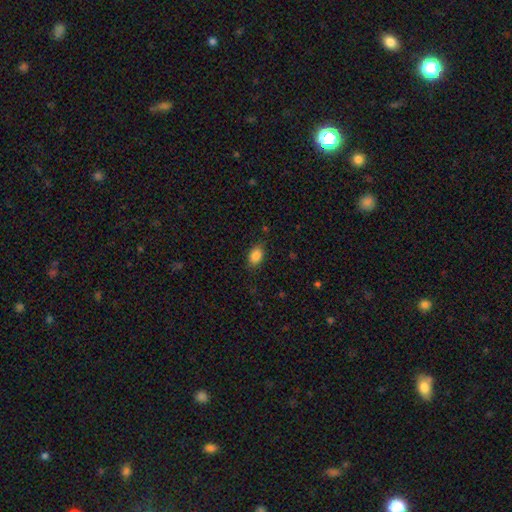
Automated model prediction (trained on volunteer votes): A smooth galaxy with no disk features (87%) that is in between round and cigar-shaped (84%). Merging: none (82%).